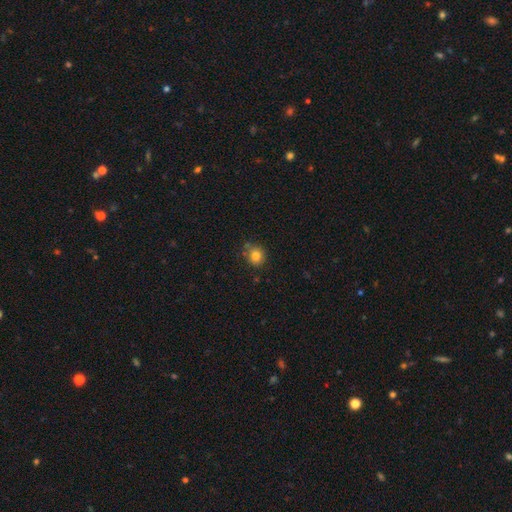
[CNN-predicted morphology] A smooth galaxy with no disk features (82%) that is round (78%).

Vote fractions:
- Smooth or featured? smooth: 82% / star or artifact: 11% / featured or disk: 7%
- How rounded? round: 78% / in between: 21% / cigar-shaped: 1%
- Merging? none: 77% / minor disturbance: 14% / merger: 6% / major disturbance: 3%